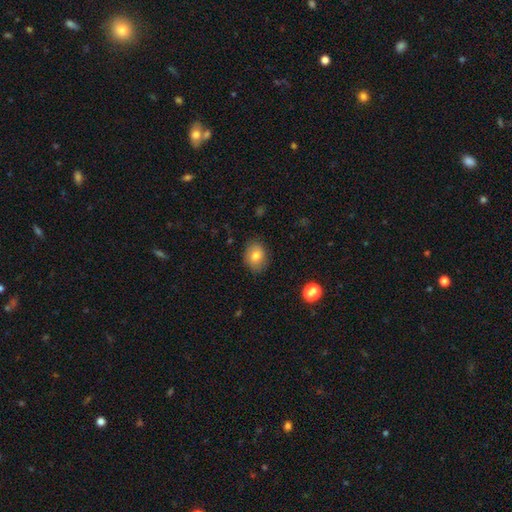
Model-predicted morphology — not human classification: The model was most divided on "how rounded": in between: 54%, round: 45%, cigar-shaped: 1%. More confident: merging — none (85%); smooth or featured — smooth (78%).